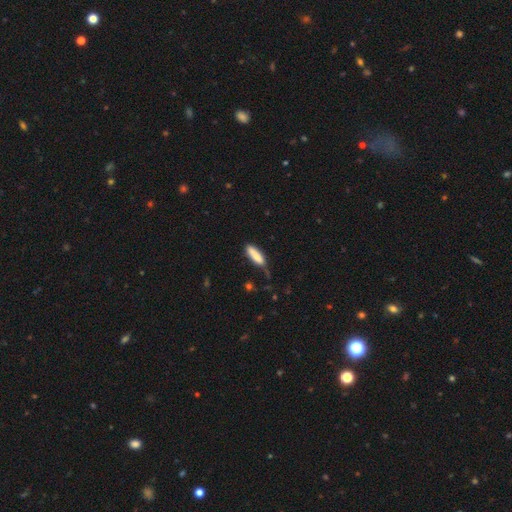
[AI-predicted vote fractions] Smooth or featured? smooth (83%)
How rounded? cigar-shaped (61%)
Merging? none (58%)